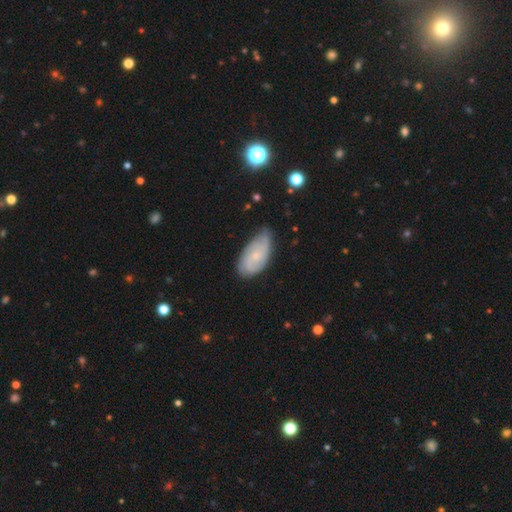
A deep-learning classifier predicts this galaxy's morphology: Smooth or featured? featured or disk (59%)
Edge-on disk? no (95%)
Bar? no (70%)
Spiral arms? yes (89%)
Spiral winding? tight (53%)
Spiral arm count? 2 (36%)
Bulge size? small (66%)
Merging? none (62%)